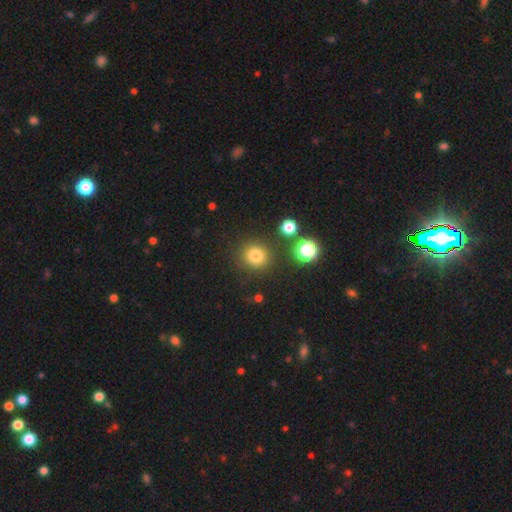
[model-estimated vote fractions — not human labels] Smooth or featured? smooth (79%)
How rounded? round (89%)
Merging? none (84%)